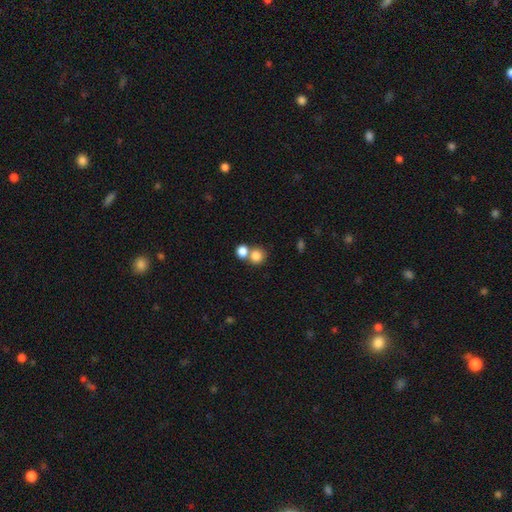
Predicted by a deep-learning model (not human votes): smooth-or-featured: smooth: 81% | star or artifact: 11% | featured or disk: 8%
  how-rounded: round: 84% | in between: 15% | cigar-shaped: 1%
  merging: none: 48% | merger: 42% | minor disturbance: 7% | major disturbance: 3%